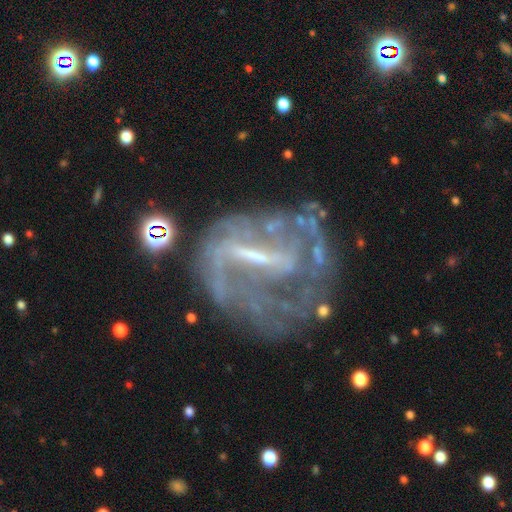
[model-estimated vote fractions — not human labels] featured or disk 80%, star or artifact 10%, smooth 10%. Down the decision tree: edge-on disk — no (95%); bar — strong (55%); spiral arms — yes (65%); bulge size — small (39%); merging — none (46%).